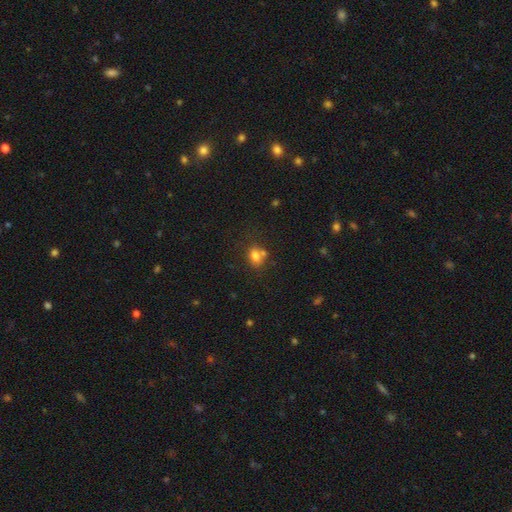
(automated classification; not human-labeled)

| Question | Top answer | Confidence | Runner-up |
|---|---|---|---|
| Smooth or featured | smooth | 75% | star or artifact (13%) |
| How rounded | in between | 60% | round (38%) |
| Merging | none | 50% | merger (31%) |